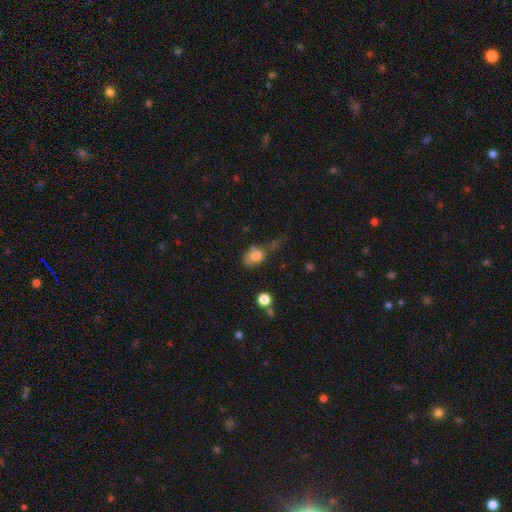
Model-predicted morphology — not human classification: smooth-or-featured: smooth: 75% | featured or disk: 14% | star or artifact: 11%
  how-rounded: in between: 68% | round: 29% | cigar-shaped: 3%
  merging: none: 31% | major disturbance: 27% | minor disturbance: 27% | merger: 15%